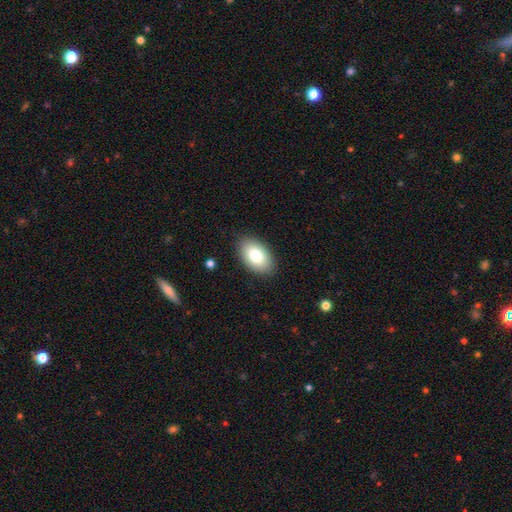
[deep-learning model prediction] Smooth or featured?
  - smooth: 82% *
  - featured or disk: 11%
  - star or artifact: 7%
How rounded?
  - in between: 93% *
  - round: 6%
  - cigar-shaped: 1%
Merging?
  - none: 87% *
  - minor disturbance: 9%
  - major disturbance: 2%
  - merger: 1%